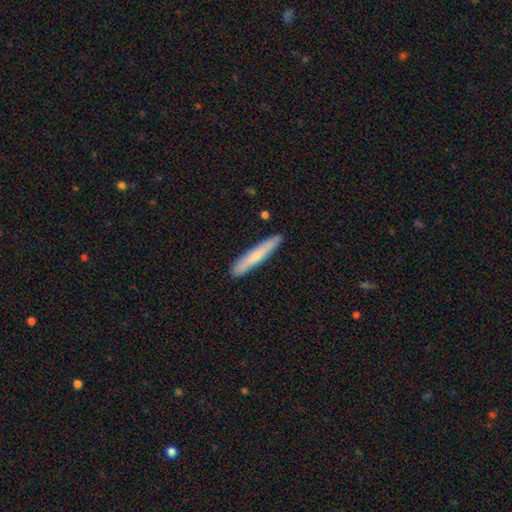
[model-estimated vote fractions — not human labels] This is likely a smooth galaxy (65%). How rounded: clearly cigar-shaped (94%). Merging: clearly none (90%).